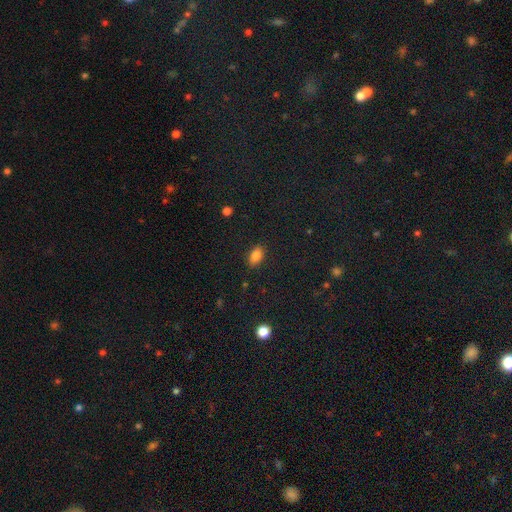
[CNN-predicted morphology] Overall: smooth (82%). How rounded: in between (89%). Merging: none (87%).